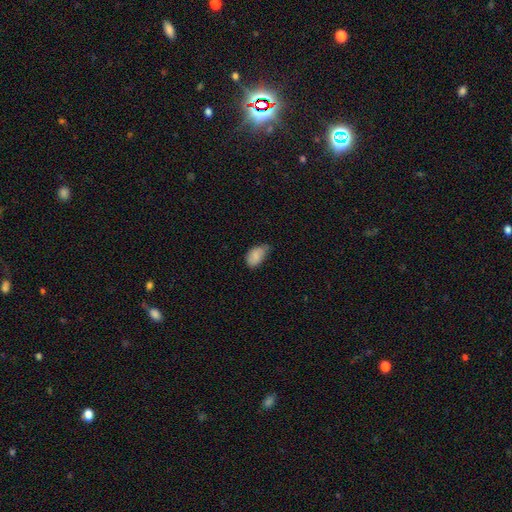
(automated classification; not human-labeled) smooth-or-featured: smooth: 83% | featured or disk: 9% | star or artifact: 8%
  how-rounded: in between: 91% | round: 7% | cigar-shaped: 2%
  merging: minor disturbance: 48% | none: 39% | major disturbance: 11% | merger: 2%